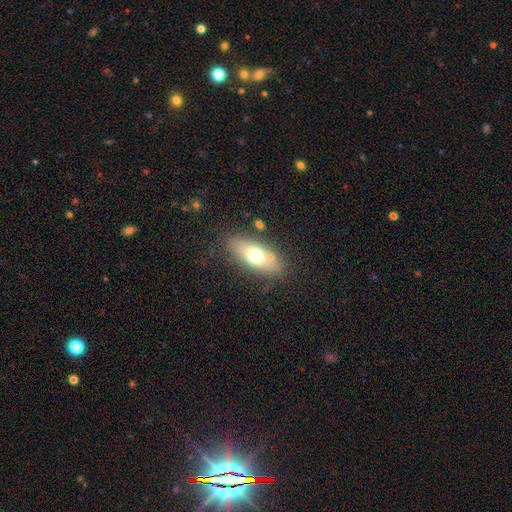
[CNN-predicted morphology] Q: Smooth or featured?
A: smooth (63%); runner-up: featured or disk (29%)
Q: How rounded?
A: in between (76%); runner-up: cigar-shaped (18%)
Q: Merging?
A: none (79%); runner-up: minor disturbance (13%)